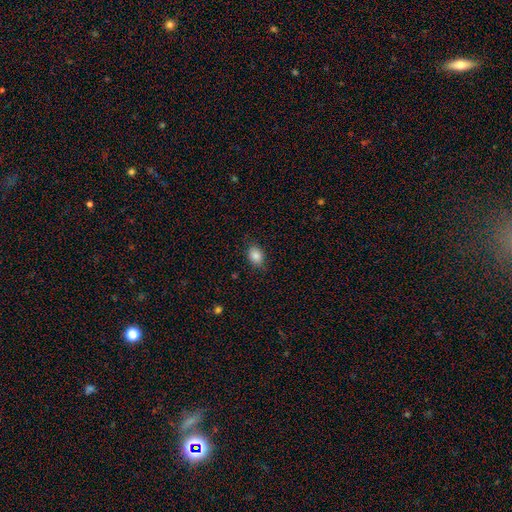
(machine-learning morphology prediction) smooth 87%, star or artifact 8%, featured or disk 5%. Down the decision tree: how rounded — in between (68%); merging — none (81%).